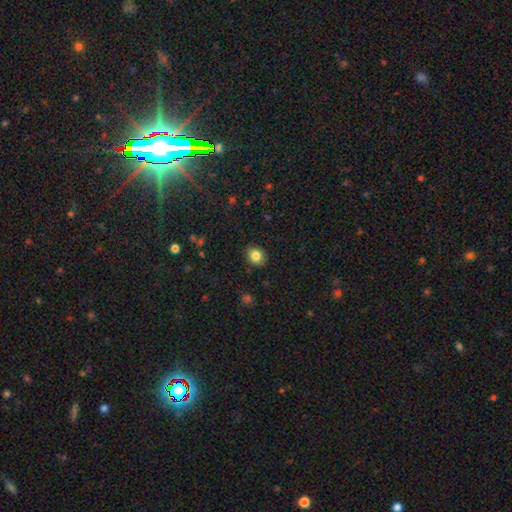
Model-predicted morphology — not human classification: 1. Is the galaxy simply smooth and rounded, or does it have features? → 83% smooth, 10% star or artifact, 7% featured or disk.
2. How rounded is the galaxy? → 67% round, 32% in between, 1% cigar-shaped.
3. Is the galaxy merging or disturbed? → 89% none, 8% minor disturbance, 2% major disturbance, 1% merger.